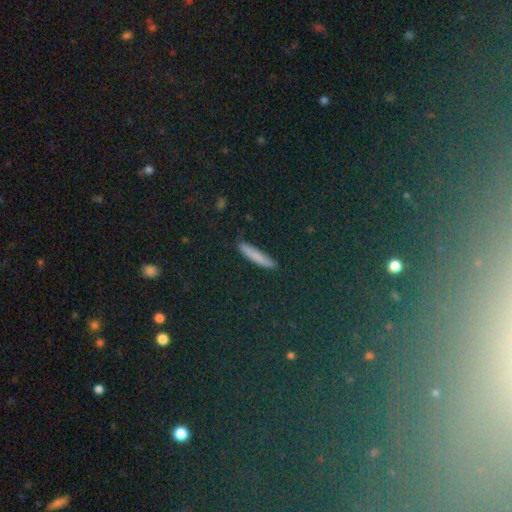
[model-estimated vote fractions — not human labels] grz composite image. It shows a smooth galaxy with no disk features (74%) that is cigar-shaped (91%). Merging: none (86%).